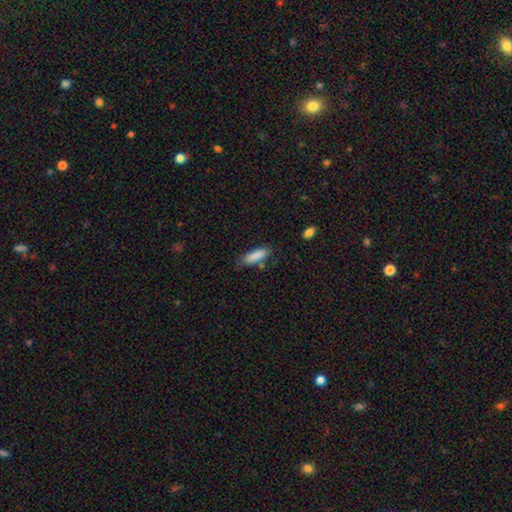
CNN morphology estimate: Smooth or featured? smooth (87%)
How rounded? cigar-shaped (53%)
Merging? none (74%)